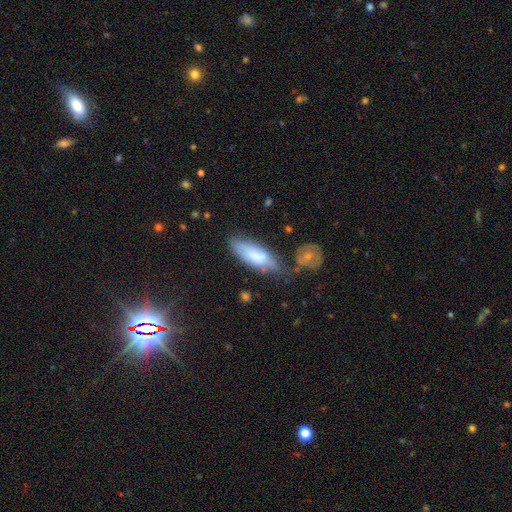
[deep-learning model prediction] The model was most divided on "how rounded": in between: 64%, cigar-shaped: 34%, round: 2%. More confident: smooth or featured — smooth (76%); merging — none (57%).